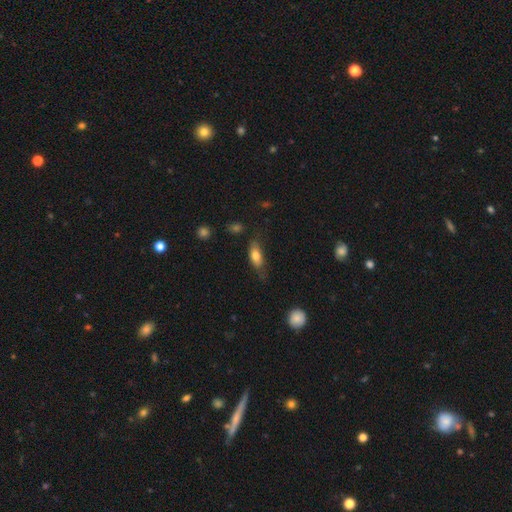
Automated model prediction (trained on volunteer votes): smooth 73%, featured or disk 20%, star or artifact 7%. Down the decision tree: how rounded — in between (77%); merging — none (56%).